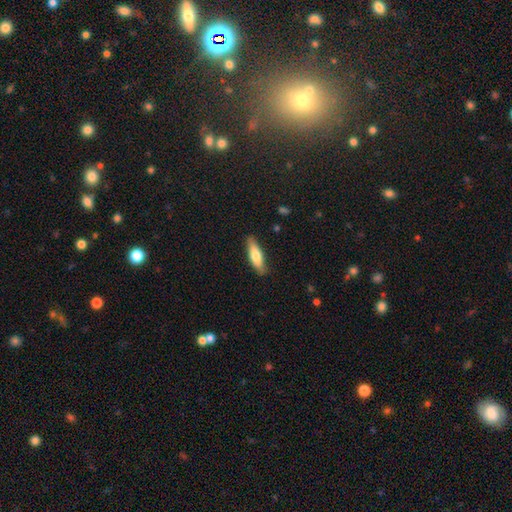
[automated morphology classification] type=smooth (69%); roundness=cigar-shaped (54%); merging=none (85%).